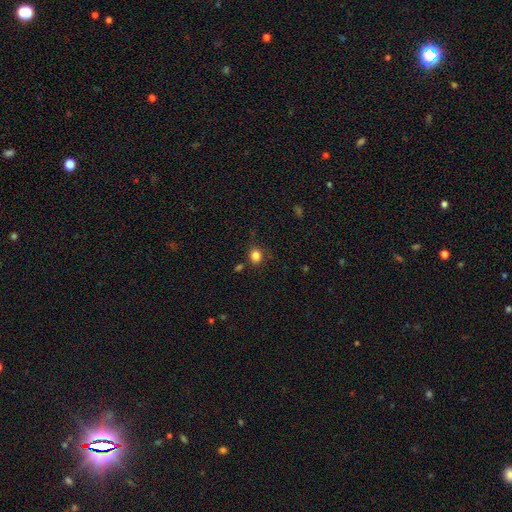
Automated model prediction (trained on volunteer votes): Smooth or featured? Predicted: smooth (p=0.83). How rounded? Predicted: round (p=0.73). Merging? Predicted: none (p=0.77).